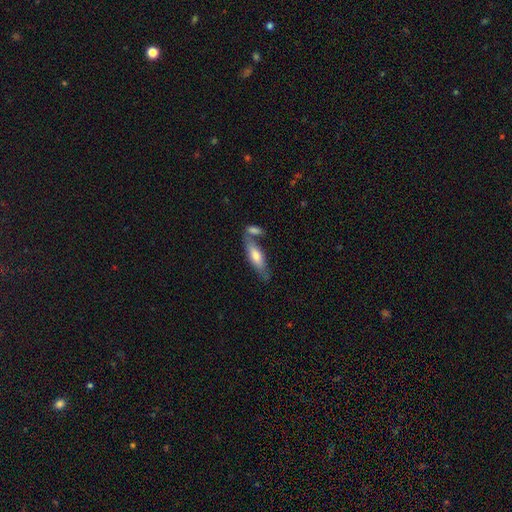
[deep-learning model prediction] Smooth or featured: smooth — 61% (featured or disk — 33%)
How rounded: cigar-shaped — 53% (in between — 44%)
Merging: none — 54% (merger — 27%)